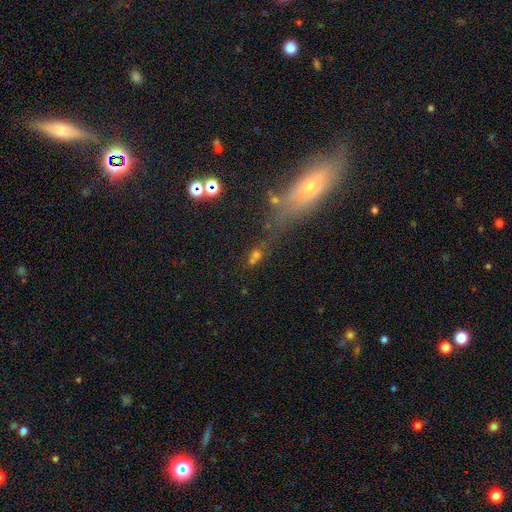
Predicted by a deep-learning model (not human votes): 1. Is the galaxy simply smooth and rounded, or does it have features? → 49% smooth, 32% star or artifact, 19% featured or disk.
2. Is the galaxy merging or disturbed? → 44% none, 31% merger, 13% minor disturbance, 13% major disturbance.